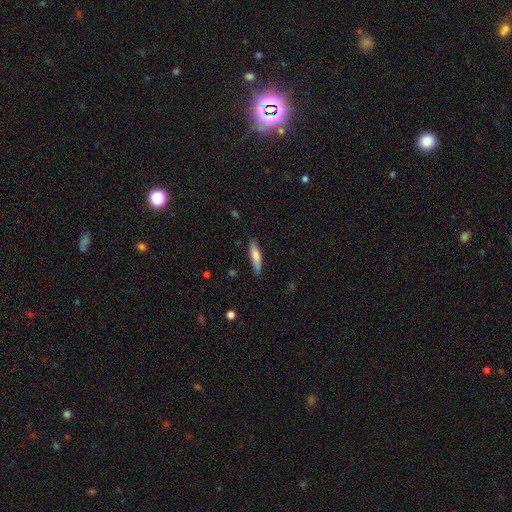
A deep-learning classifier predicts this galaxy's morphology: Q: Smooth or featured?
A: smooth (75%); runner-up: featured or disk (19%)
Q: How rounded?
A: cigar-shaped (76%); runner-up: in between (23%)
Q: Merging?
A: none (79%); runner-up: minor disturbance (16%)